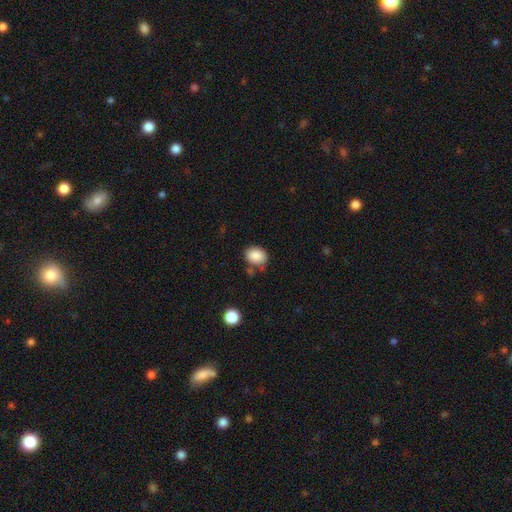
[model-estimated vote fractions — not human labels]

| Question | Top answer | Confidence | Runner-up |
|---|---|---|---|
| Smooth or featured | smooth | 87% | star or artifact (8%) |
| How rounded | in between | 62% | round (37%) |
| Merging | none | 74% | minor disturbance (15%) |